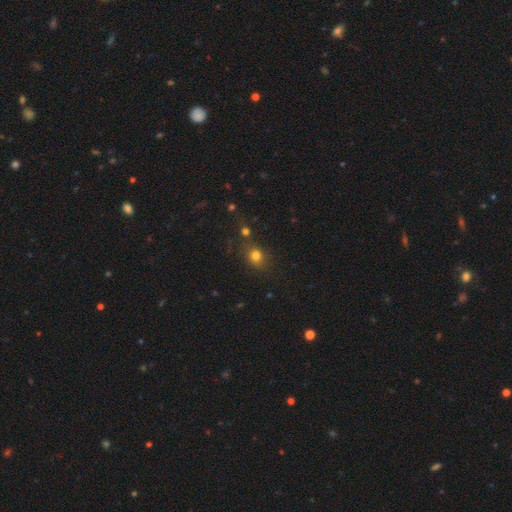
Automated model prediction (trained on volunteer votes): A smooth galaxy with no disk features (75%) that is round (63%).

Vote fractions:
- Smooth or featured? smooth: 75% / star or artifact: 17% / featured or disk: 8%
- How rounded? round: 63% / in between: 35% / cigar-shaped: 2%
- Merging? none: 67% / minor disturbance: 14% / merger: 12% / major disturbance: 7%